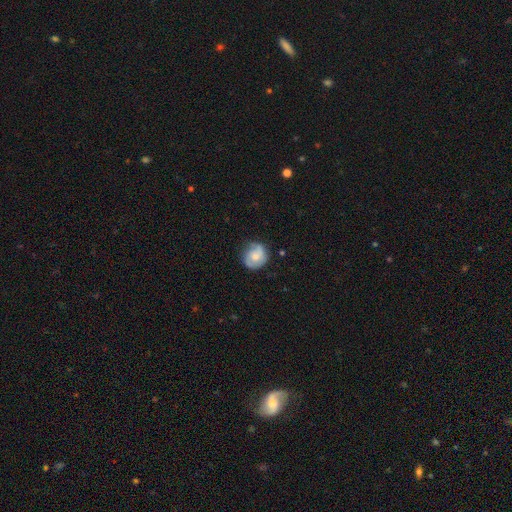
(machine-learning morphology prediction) Smooth or featured: smooth — 47% (featured or disk — 45%)
Merging: none — 70% (minor disturbance — 23%)